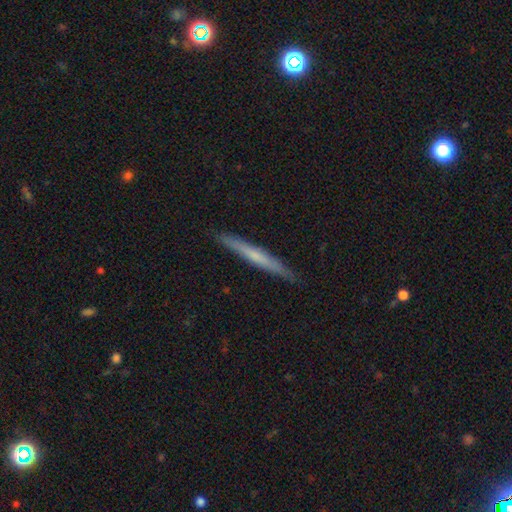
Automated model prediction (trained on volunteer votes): A smooth galaxy with no disk features (49%).

Vote fractions:
- Smooth or featured? smooth: 49% / featured or disk: 45% / star or artifact: 6%
- Merging? none: 91% / minor disturbance: 7% / major disturbance: 1% / merger: 1%